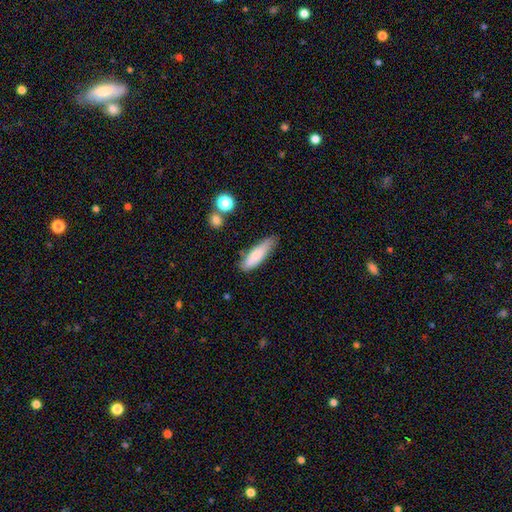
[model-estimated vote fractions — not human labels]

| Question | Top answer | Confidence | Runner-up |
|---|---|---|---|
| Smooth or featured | smooth | 79% | featured or disk (14%) |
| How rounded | cigar-shaped | 58% | in between (40%) |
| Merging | none | 65% | minor disturbance (26%) |